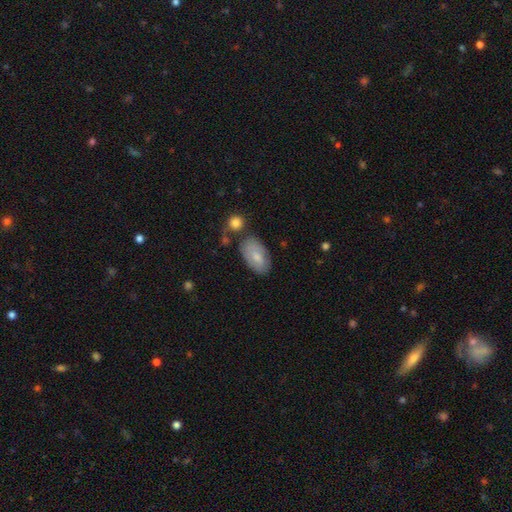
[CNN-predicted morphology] smooth-or-featured: smooth: 73% | featured or disk: 21% | star or artifact: 6%
  how-rounded: in between: 94% | round: 4% | cigar-shaped: 2%
  merging: none: 67% | minor disturbance: 20% | merger: 8% | major disturbance: 5%